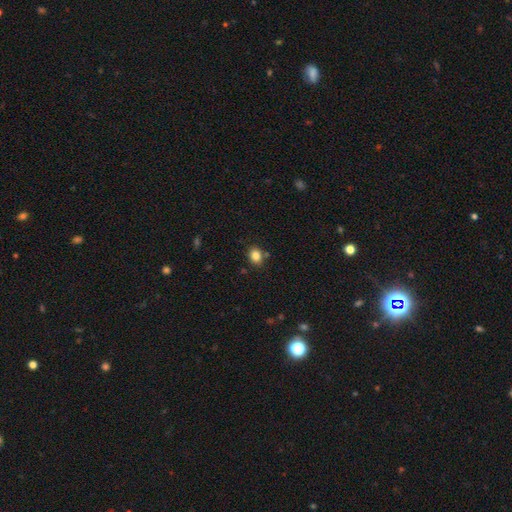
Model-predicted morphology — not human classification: Smooth or featured? smooth (84%)
How rounded? in between (54%)
Merging? none (81%)